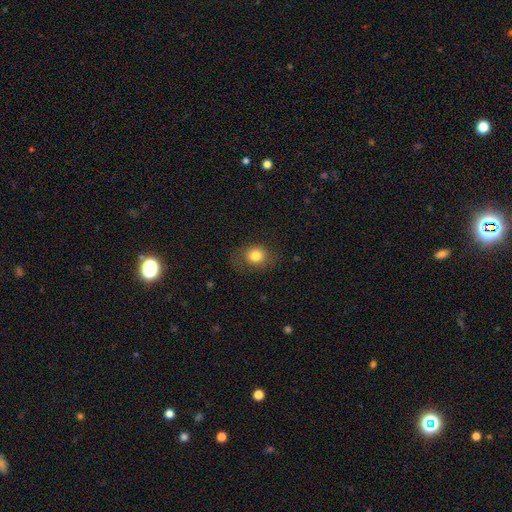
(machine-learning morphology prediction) Overall: smooth (80%). How rounded: round (65%; in between 34%). Merging: none (77%).